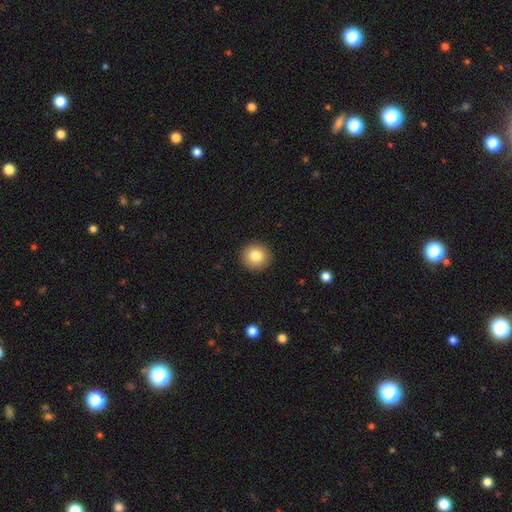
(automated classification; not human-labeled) Overall: smooth (83%). How rounded: round (92%). Merging: none (92%).